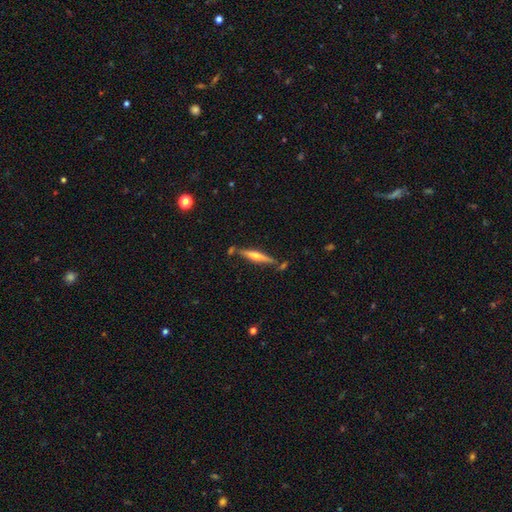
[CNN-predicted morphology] Smooth or featured? Predicted: featured or disk (p=0.65). Edge-on disk? Predicted: yes (p=0.96). Edge-on bulge? Predicted: rounded (p=0.80). Merging? Predicted: none (p=0.77).